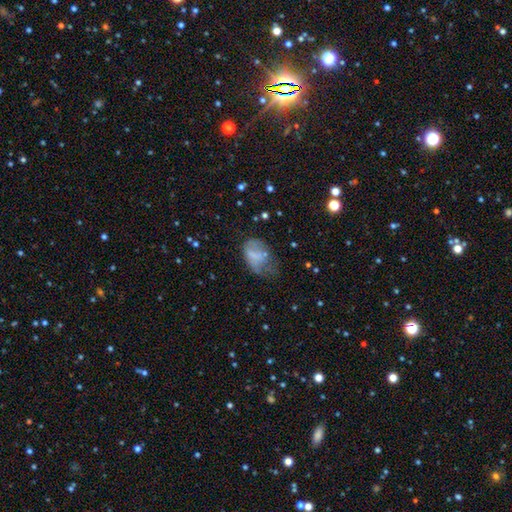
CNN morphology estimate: The model was most divided on "merging": major disturbance: 40%, minor disturbance: 31%, none: 23%, merger: 5%. More confident: how rounded — in between (85%); smooth or featured — smooth (58%).